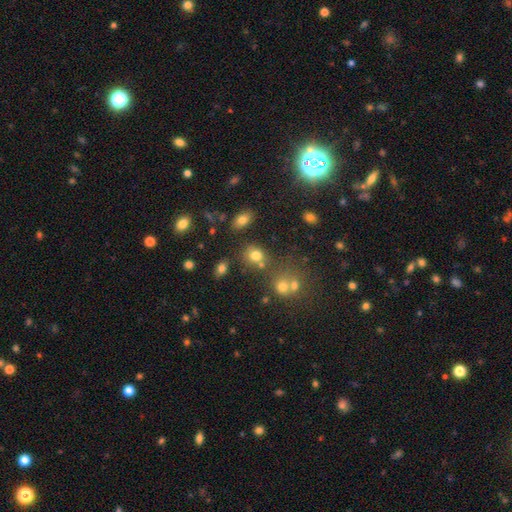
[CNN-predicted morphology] Smooth or featured?
  - smooth: 73% *
  - star or artifact: 17%
  - featured or disk: 10%
How rounded?
  - round: 65% *
  - in between: 33%
  - cigar-shaped: 2%
Merging?
  - none: 59% *
  - merger: 21%
  - minor disturbance: 14%
  - major disturbance: 6%